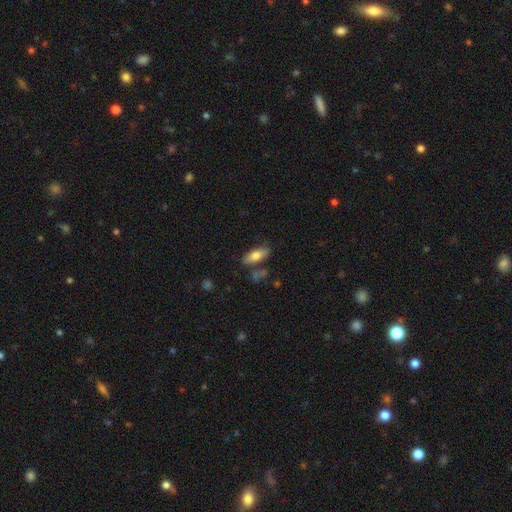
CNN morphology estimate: smooth 73%, featured or disk 20%, star or artifact 7%. Down the decision tree: how rounded — in between (72%); merging — none (70%).